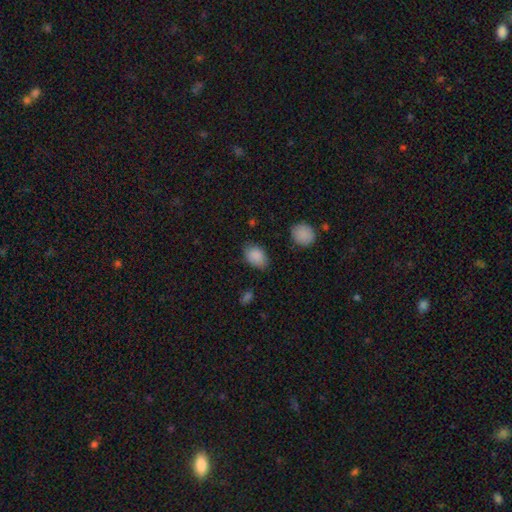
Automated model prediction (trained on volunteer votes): Smooth or featured?
  - smooth: 88% *
  - star or artifact: 7%
  - featured or disk: 5%
How rounded?
  - in between: 85% *
  - round: 14%
  - cigar-shaped: 1%
Merging?
  - none: 76% *
  - minor disturbance: 18%
  - major disturbance: 4%
  - merger: 2%